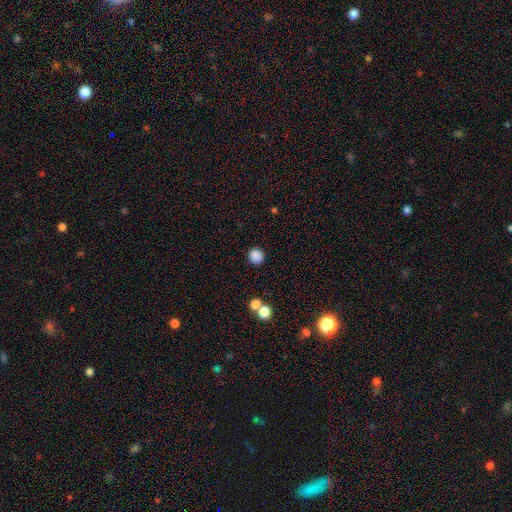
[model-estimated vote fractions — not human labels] smooth_or_featured: smooth (p=0.86) [alt: star or artifact p=0.11]
how_rounded: round (p=0.90) [alt: in between p=0.09]
merging: none (p=0.86) [alt: minor disturbance p=0.07]